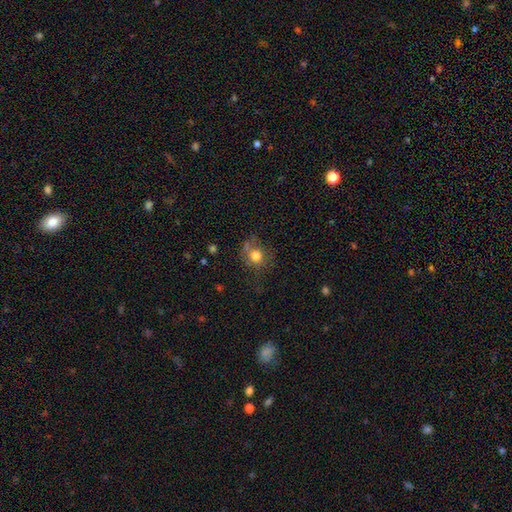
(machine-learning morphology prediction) Smooth or featured? Predicted: smooth (p=0.74). How rounded? Predicted: round (p=0.79). Merging? Predicted: none (p=0.55).